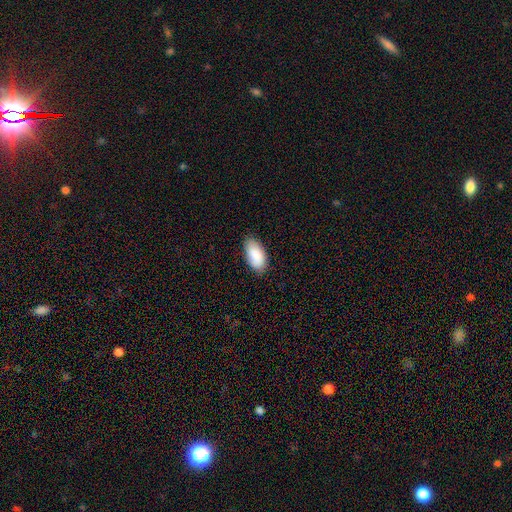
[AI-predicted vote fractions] The model was most divided on "merging": none: 82%, minor disturbance: 14%, major disturbance: 2%, merger: 1%. More confident: how rounded — in between (95%); smooth or featured — smooth (88%).